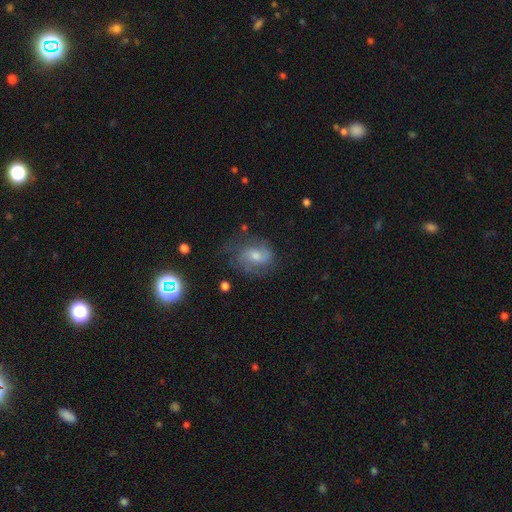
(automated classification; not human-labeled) Q: Smooth or featured?
A: featured or disk (65%); runner-up: smooth (21%)
Q: Edge-on disk?
A: no (97%); runner-up: yes (3%)
Q: Bar?
A: no (48%); runner-up: weak (42%)
Q: Spiral arms?
A: yes (90%); runner-up: no (10%)
Q: Spiral winding?
A: medium (47%); runner-up: tight (33%)
Q: Spiral arm count?
A: 2 (64%); runner-up: can't tell (21%)
Q: Bulge size?
A: moderate (56%); runner-up: small (33%)
Q: Merging?
A: none (65%); runner-up: minor disturbance (21%)